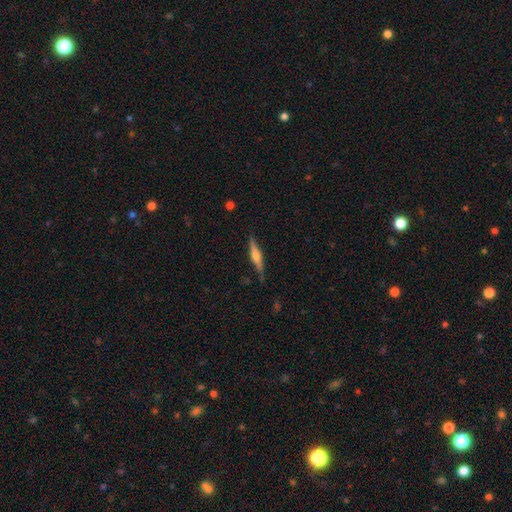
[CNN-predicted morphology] smooth-or-featured: featured or disk: 67% | smooth: 27% | star or artifact: 6%
  disk-edge-on: yes: 97% | no: 3%
    edge-on-bulge: rounded: 88% | boxy: 8% | none: 4%
  merging: none: 84% | minor disturbance: 12% | major disturbance: 2% | merger: 2%